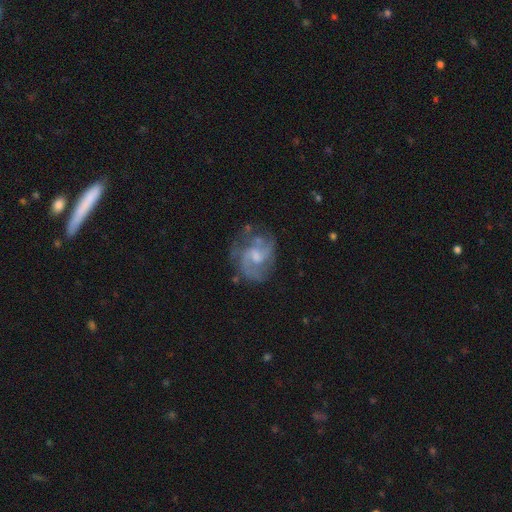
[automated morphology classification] Smooth or featured? Predicted: featured or disk (p=0.79). Edge-on disk? Predicted: no (p=0.98). Bar? Predicted: weak (p=0.54). Spiral arms? Predicted: yes (p=0.89). Spiral winding? Predicted: medium (p=0.50). Spiral arm count? Predicted: 2 (p=0.54). Bulge size? Predicted: moderate (p=0.44). Merging? Predicted: none (p=0.56).